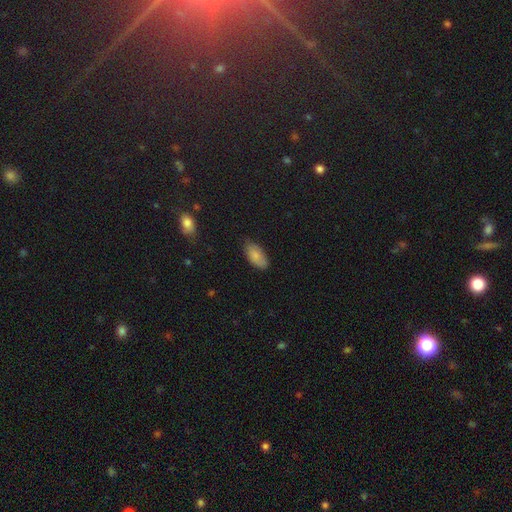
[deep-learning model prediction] Overall: smooth (82%). How rounded: in between (93%). Merging: none (75%).